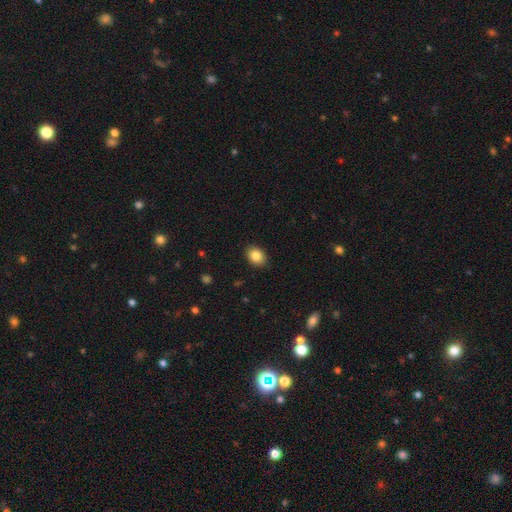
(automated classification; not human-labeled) smooth_or_featured: smooth (p=0.84) [alt: star or artifact p=0.08]
how_rounded: in between (p=0.66) [alt: round p=0.33]
merging: none (p=0.90) [alt: minor disturbance p=0.07]